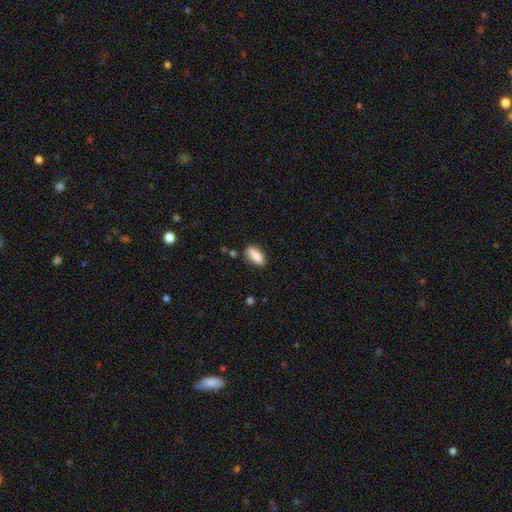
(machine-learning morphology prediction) This is clearly a smooth galaxy (86%). How rounded: likely in between (76%). Merging: likely none (78%).